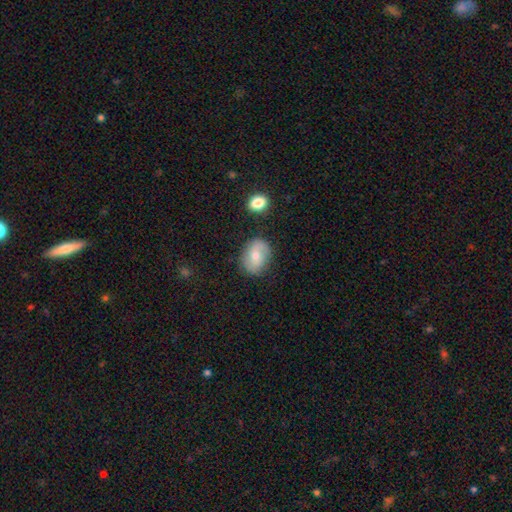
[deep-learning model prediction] A smooth galaxy with no disk features (59%) that is in between round and cigar-shaped (64%). Merging: none (72%).